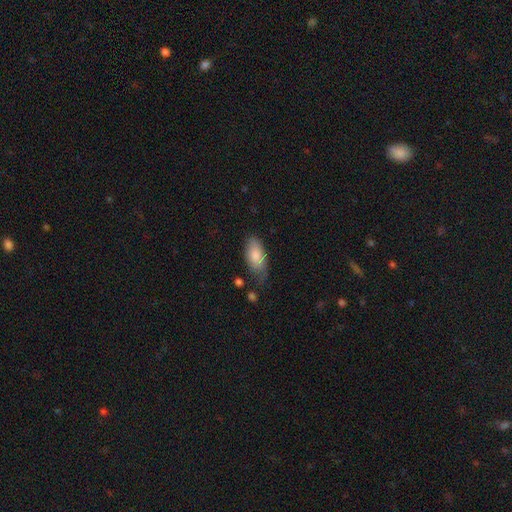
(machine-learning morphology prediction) Smooth or featured: smooth — 80% (featured or disk — 14%)
How rounded: in between — 91% (cigar-shaped — 7%)
Merging: none — 48% (minor disturbance — 37%)